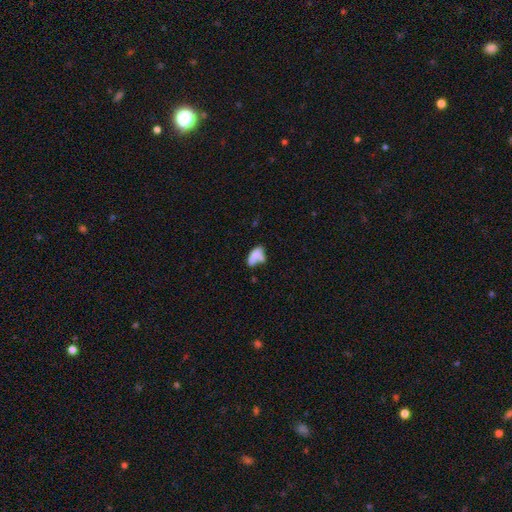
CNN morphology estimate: smooth_or_featured: smooth (p=0.70) [alt: featured or disk p=0.21]
how_rounded: in between (p=0.85) [alt: cigar-shaped p=0.09]
merging: merger (p=0.42) [alt: none p=0.28]